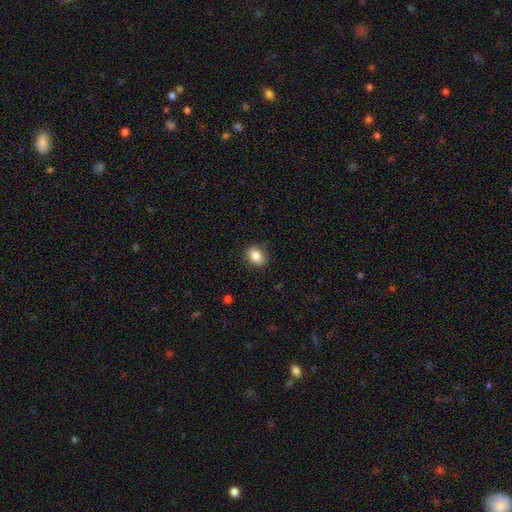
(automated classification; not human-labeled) Q: Smooth or featured?
A: smooth (84%); runner-up: star or artifact (9%)
Q: How rounded?
A: in between (57%); runner-up: round (42%)
Q: Merging?
A: none (85%); runner-up: minor disturbance (11%)